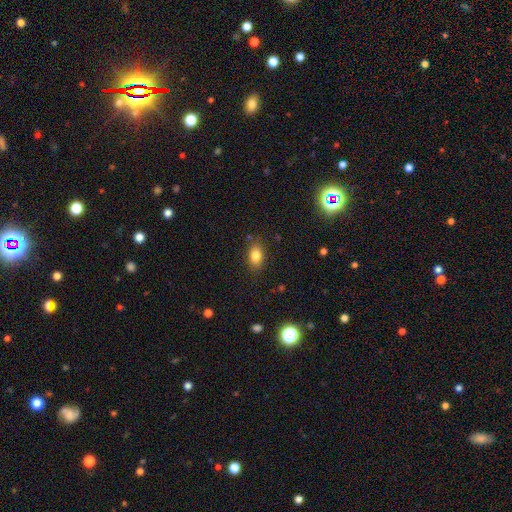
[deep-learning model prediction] A smooth galaxy with no disk features (82%) that is in between round and cigar-shaped (85%).

Vote fractions:
- Smooth or featured? smooth: 82% / star or artifact: 10% / featured or disk: 8%
- How rounded? in between: 85% / round: 12% / cigar-shaped: 3%
- Merging? none: 84% / minor disturbance: 11% / major disturbance: 3% / merger: 2%